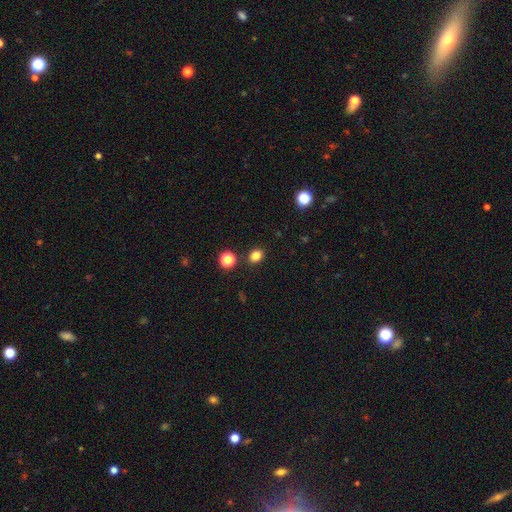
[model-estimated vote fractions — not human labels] Smooth or featured? Predicted: smooth (p=0.82). How rounded? Predicted: round (p=0.50). Merging? Predicted: none (p=0.86).